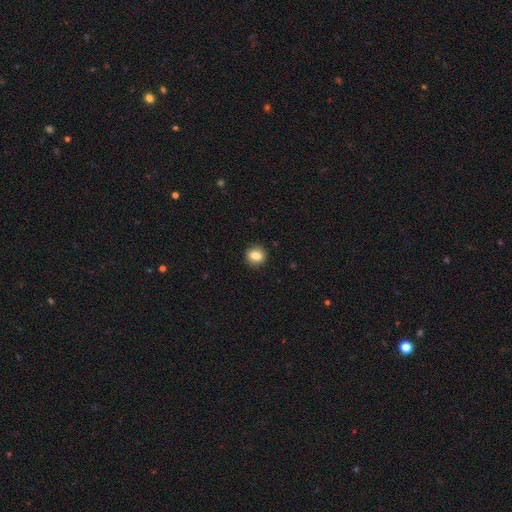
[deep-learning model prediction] This is clearly a smooth galaxy (82%). How rounded: likely round (79%). Merging: clearly none (90%).